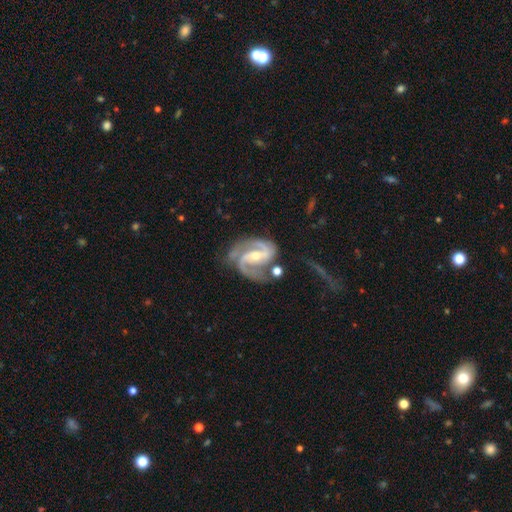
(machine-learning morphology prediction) Q: Smooth or featured?
A: featured or disk (92%); runner-up: star or artifact (4%)
Q: Edge-on disk?
A: no (98%); runner-up: yes (2%)
Q: Bar?
A: weak (41%); runner-up: strong (32%)
Q: Spiral arms?
A: yes (98%); runner-up: no (2%)
Q: Spiral winding?
A: medium (58%); runner-up: tight (26%)
Q: Spiral arm count?
A: 2 (82%); runner-up: 3 (9%)
Q: Bulge size?
A: moderate (49%); runner-up: small (47%)
Q: Merging?
A: none (58%); runner-up: minor disturbance (22%)